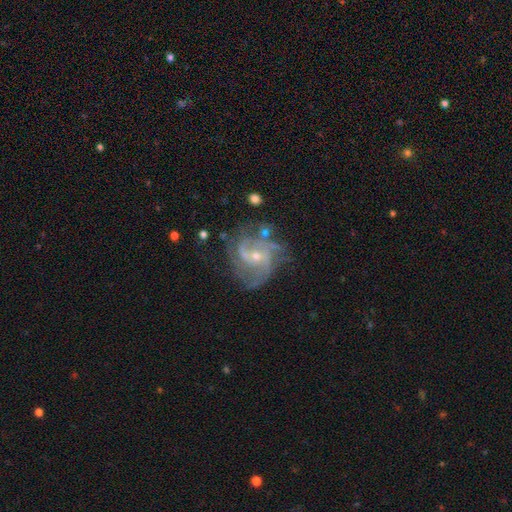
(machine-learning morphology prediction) featured or disk 88%, star or artifact 7%, smooth 6%. Down the decision tree: edge-on disk — no (98%); bar — no (56%); spiral arms — yes (96%); spiral arm count — 3 (34%); spiral winding — medium (49%); bulge size — small (67%); merging — none (63%).